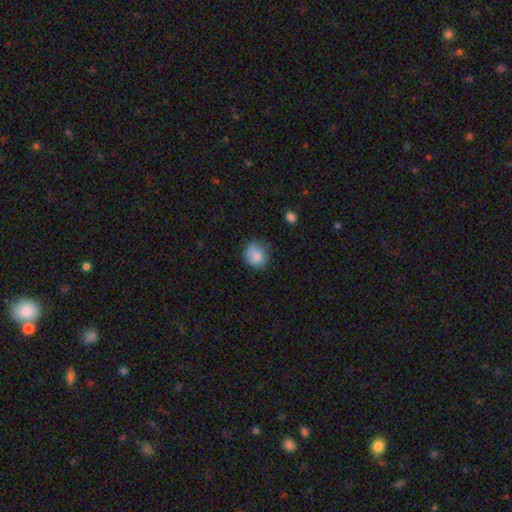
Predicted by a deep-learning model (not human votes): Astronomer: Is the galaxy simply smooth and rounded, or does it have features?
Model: smooth — 83%.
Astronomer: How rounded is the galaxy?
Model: round — 74%.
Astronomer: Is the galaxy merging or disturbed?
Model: none — 63%.